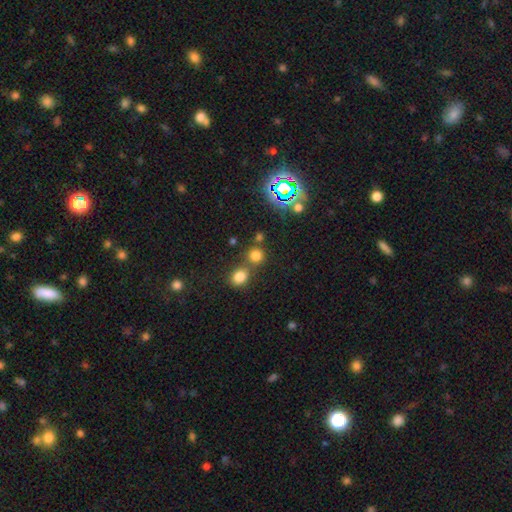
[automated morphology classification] A smooth galaxy with no disk features (73%) that is round (86%).

Vote fractions:
- Smooth or featured? smooth: 73% / star or artifact: 21% / featured or disk: 6%
- How rounded? round: 86% / in between: 13% / cigar-shaped: 1%
- Merging? none: 61% / merger: 28% / minor disturbance: 8% / major disturbance: 3%